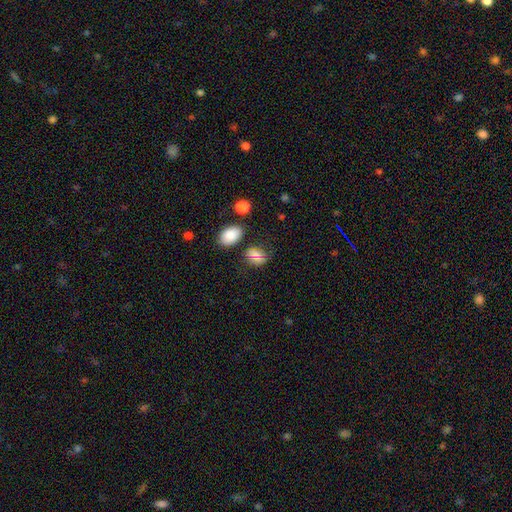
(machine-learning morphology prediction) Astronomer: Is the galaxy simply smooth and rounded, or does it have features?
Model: smooth — 76%.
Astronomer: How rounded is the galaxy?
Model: in between — 69%.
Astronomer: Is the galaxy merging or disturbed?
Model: none — 60%.